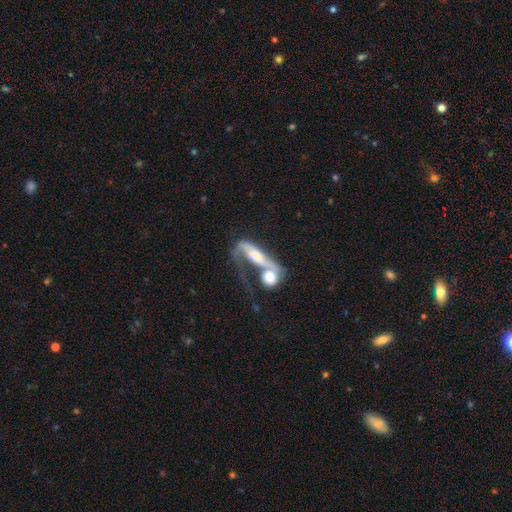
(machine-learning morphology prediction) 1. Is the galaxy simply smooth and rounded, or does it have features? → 59% featured or disk, 34% smooth, 7% star or artifact.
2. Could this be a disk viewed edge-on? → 75% no, 25% yes.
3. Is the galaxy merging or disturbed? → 57% merger, 21% major disturbance, 14% none, 8% minor disturbance.